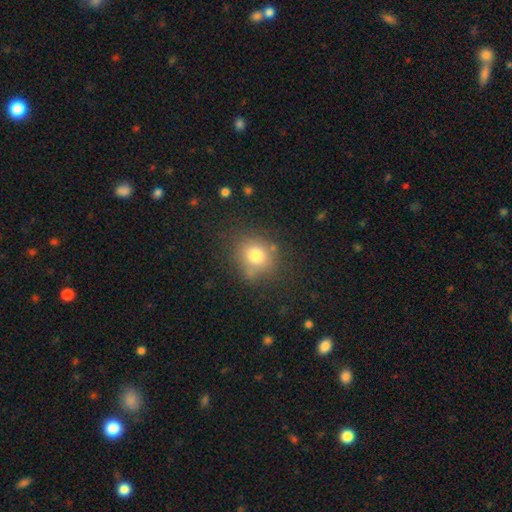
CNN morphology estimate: The model was most divided on "how rounded": round: 76%, in between: 23%, cigar-shaped: 1%. More confident: smooth or featured — smooth (76%); merging — none (73%).